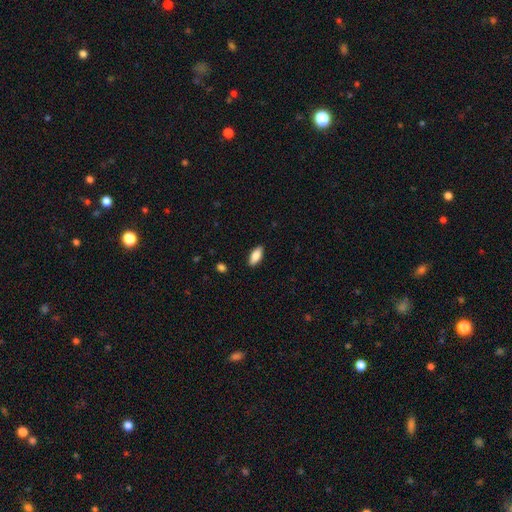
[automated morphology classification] Smooth or featured: smooth — 84% (featured or disk — 10%)
How rounded: in between — 84% (cigar-shaped — 14%)
Merging: none — 89% (minor disturbance — 8%)